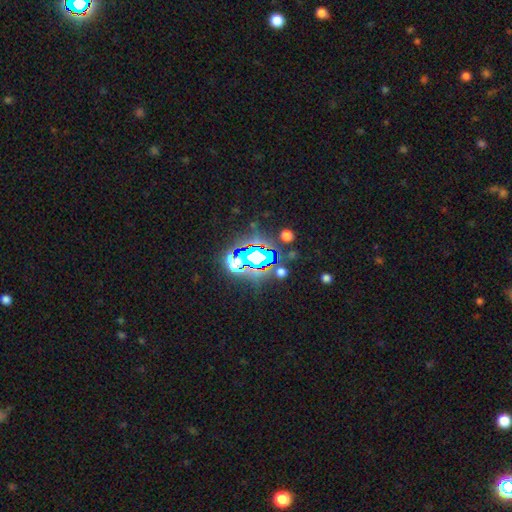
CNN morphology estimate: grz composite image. It shows a star or artifact, not a galaxy (68%).